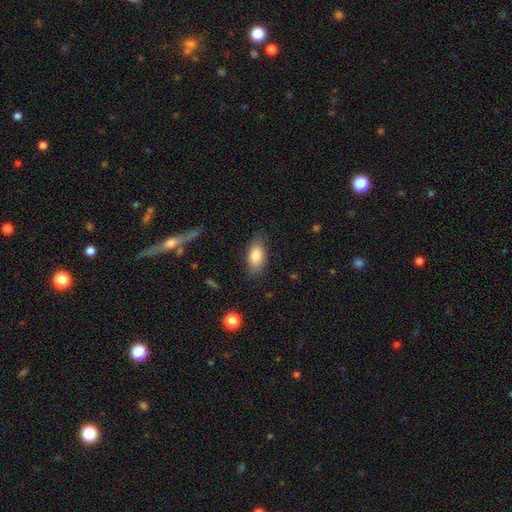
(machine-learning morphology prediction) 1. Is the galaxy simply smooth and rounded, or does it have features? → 83% smooth, 10% featured or disk, 7% star or artifact.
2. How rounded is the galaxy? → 89% in between, 8% cigar-shaped, 4% round.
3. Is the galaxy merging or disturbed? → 80% none, 15% minor disturbance, 4% major disturbance, 1% merger.